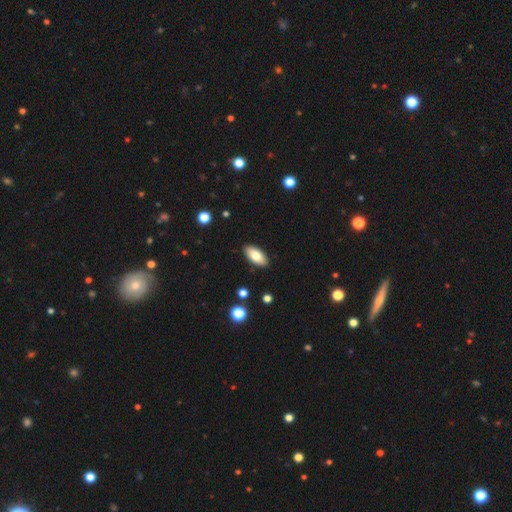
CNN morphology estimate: Smooth or featured: smooth — 81% (featured or disk — 13%)
How rounded: in between — 91% (cigar-shaped — 7%)
Merging: none — 89% (minor disturbance — 8%)